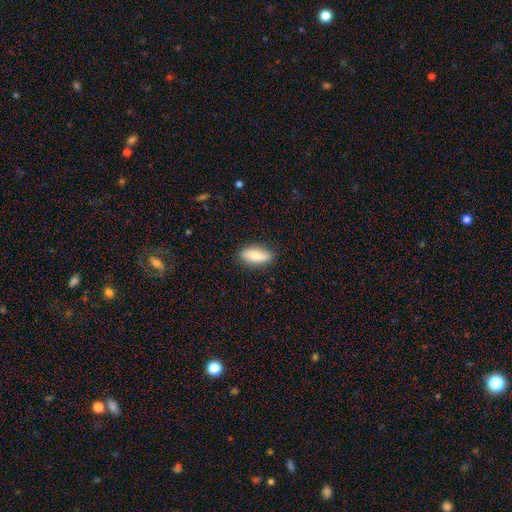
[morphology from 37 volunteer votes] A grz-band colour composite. It shows a smooth galaxy with no disk features (78%) that is in between round and cigar-shaped (83%). Merging: none (92%).